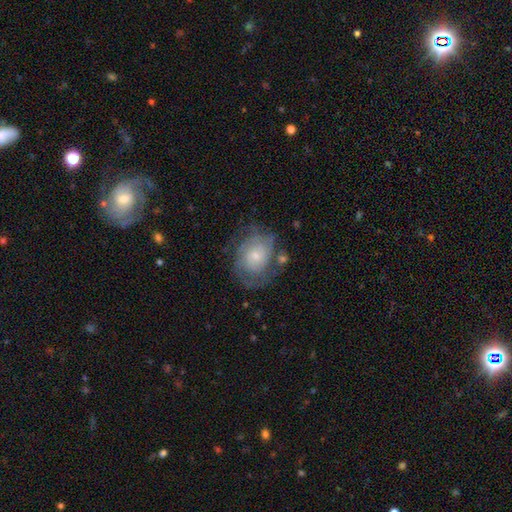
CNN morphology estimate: Smooth or featured?
  - featured or disk: 66% *
  - smooth: 27%
  - star or artifact: 8%
Edge-on disk?
  - no: 97% *
  - yes: 3%
Bar?
  - no: 75% *
  - weak: 22%
  - strong: 3%
Spiral arms?
  - yes: 80% *
  - no: 20%
Spiral winding?
  - tight: 60% *
  - medium: 29%
  - loose: 10%
Spiral arm count?
  - can't tell: 50% *
  - 2: 24%
  - 3: 11%
  - 4: 6%
  - 1: 5%
  - more than 4: 4%
Bulge size?
  - small: 66% *
  - moderate: 27%
  - none: 3%
  - large: 3%
  - dominant: 1%
Merging?
  - none: 58% *
  - minor disturbance: 22%
  - major disturbance: 15%
  - merger: 5%